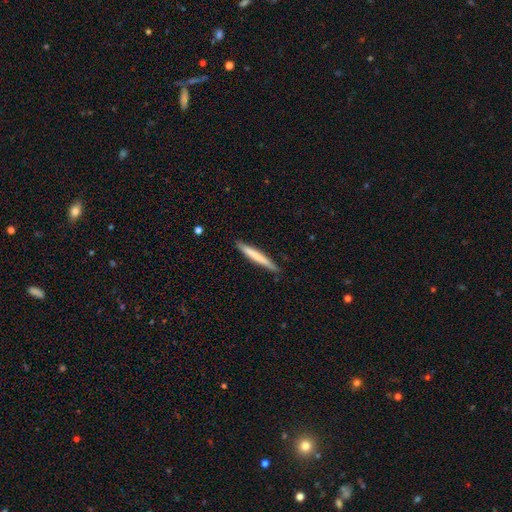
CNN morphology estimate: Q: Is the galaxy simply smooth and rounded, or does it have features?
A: smooth — 67%.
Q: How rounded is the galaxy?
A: cigar-shaped — 96%.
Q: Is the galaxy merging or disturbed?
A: none — 88%.